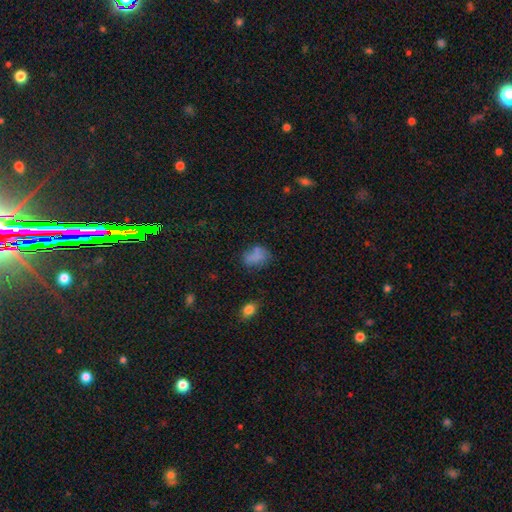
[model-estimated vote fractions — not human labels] Smooth or featured? Predicted: smooth (p=0.74). How rounded? Predicted: in between (p=0.79). Merging? Predicted: none (p=0.51).